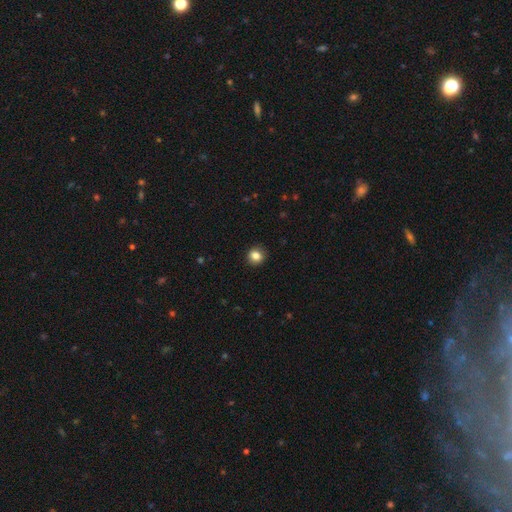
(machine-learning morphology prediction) smooth 84%, star or artifact 10%, featured or disk 6%. Down the decision tree: how rounded — round (86%); merging — none (91%).